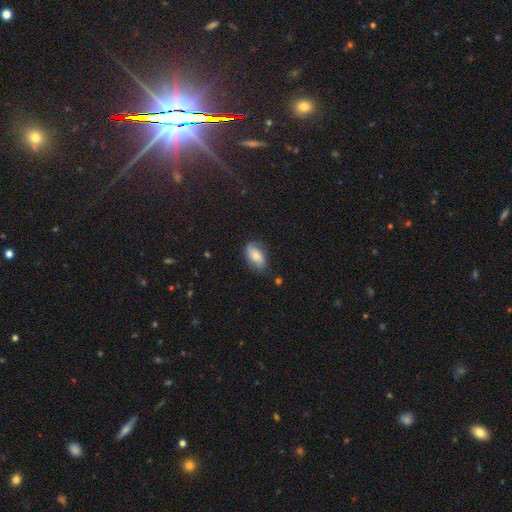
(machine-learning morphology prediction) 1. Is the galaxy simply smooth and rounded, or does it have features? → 61% smooth, 31% featured or disk, 8% star or artifact.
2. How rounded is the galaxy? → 90% in between, 6% round, 4% cigar-shaped.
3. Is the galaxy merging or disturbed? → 69% none, 23% minor disturbance, 6% major disturbance, 2% merger.